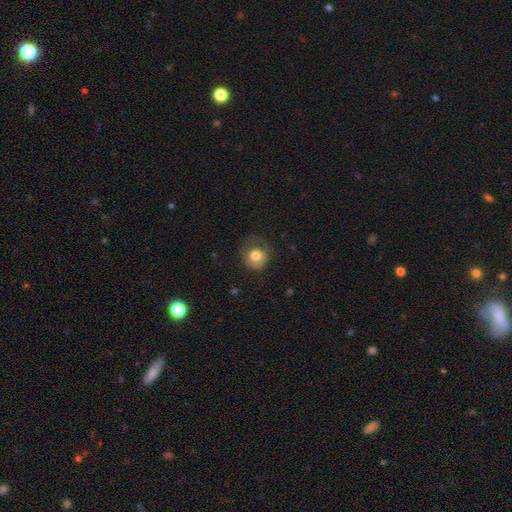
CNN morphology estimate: Q: Smooth or featured?
A: smooth (73%); runner-up: featured or disk (18%)
Q: How rounded?
A: round (83%); runner-up: in between (16%)
Q: Merging?
A: none (56%); runner-up: minor disturbance (24%)